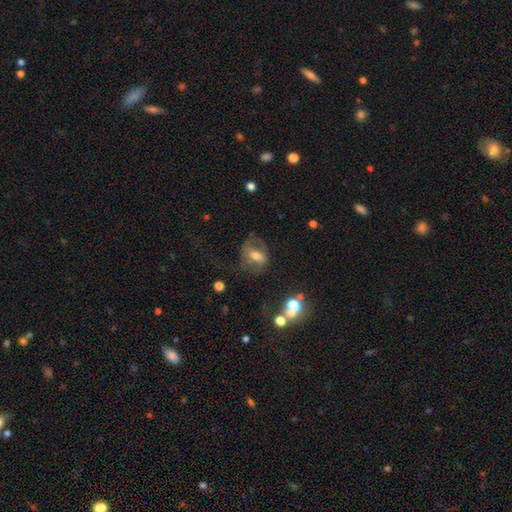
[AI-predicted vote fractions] smooth-or-featured: smooth: 46% | featured or disk: 43% | star or artifact: 11%
  merging: none: 43% | major disturbance: 30% | minor disturbance: 23% | merger: 4%